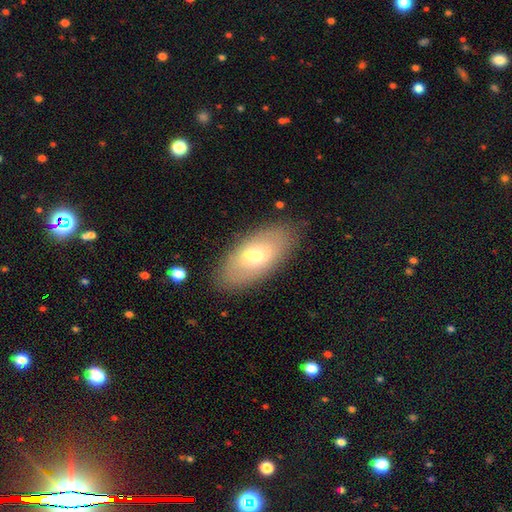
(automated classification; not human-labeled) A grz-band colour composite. It shows a smooth galaxy with no disk features (63%) that is in between round and cigar-shaped (91%). Merging: none (84%).